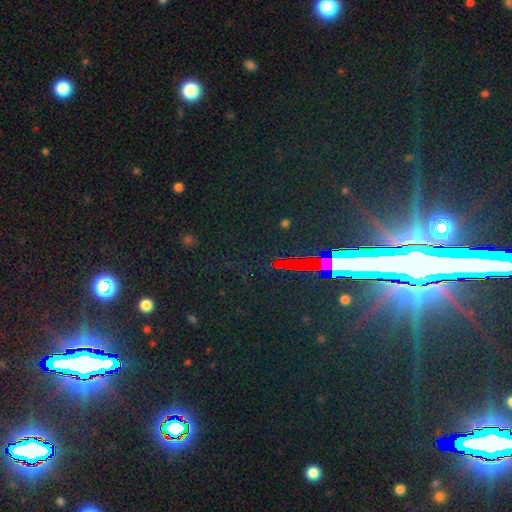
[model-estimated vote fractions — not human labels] star or artifact 81%, featured or disk 10%, smooth 9%.